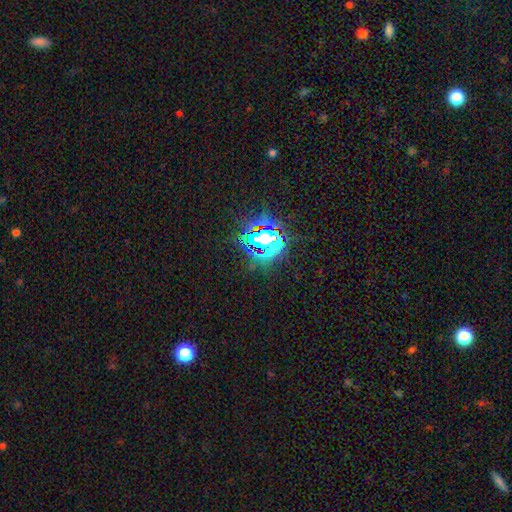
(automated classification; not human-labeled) smooth_or_featured: star or artifact (p=0.83) [alt: smooth p=0.11]